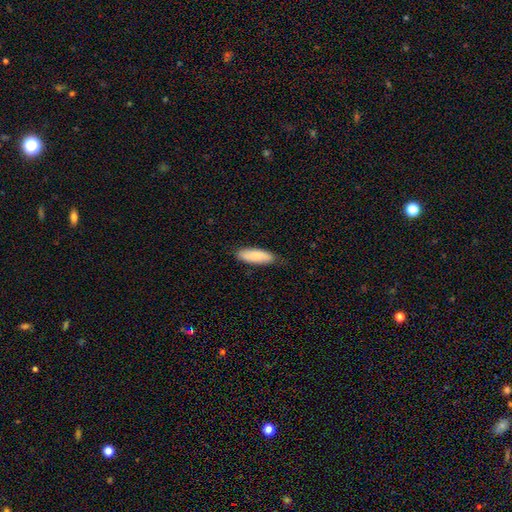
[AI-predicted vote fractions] This appears to be a smooth galaxy with no disk features (81%) that is in between round and cigar-shaped (61%). Merging: none (80%).